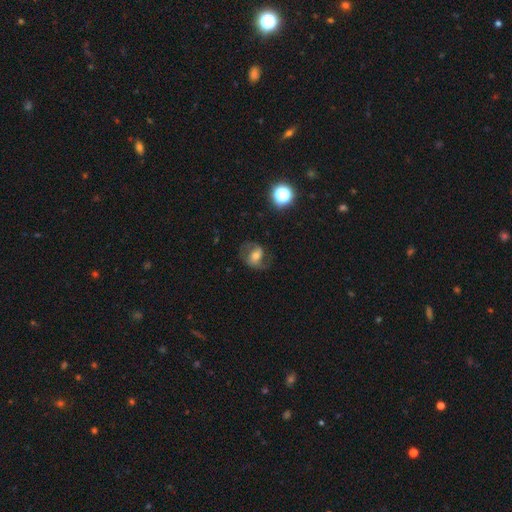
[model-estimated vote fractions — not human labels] Smooth or featured? featured or disk (62%)
Edge-on disk? no (96%)
Bar? weak (39%)
Spiral arms? yes (84%)
Spiral winding? medium (48%)
Spiral arm count? 2 (83%)
Bulge size? moderate (60%)
Merging? none (66%)